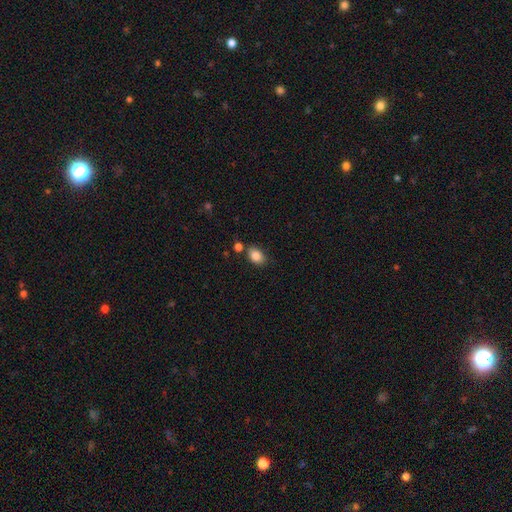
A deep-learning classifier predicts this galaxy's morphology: Q: Smooth or featured?
A: smooth (85%); runner-up: star or artifact (9%)
Q: How rounded?
A: in between (81%); runner-up: round (18%)
Q: Merging?
A: none (72%); runner-up: minor disturbance (14%)